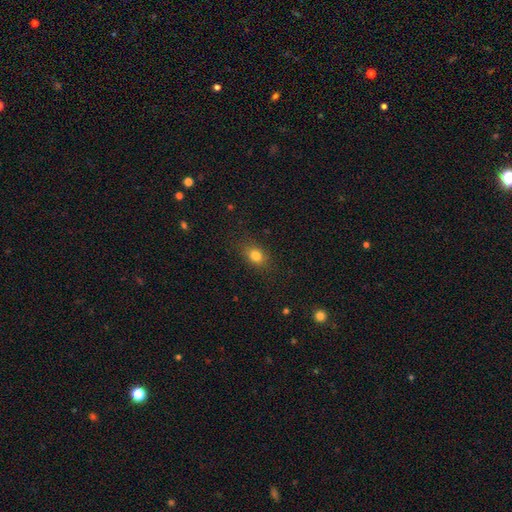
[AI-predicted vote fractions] Morphology: type=smooth (80%); roundness=in between (63%); merging=none (82%).